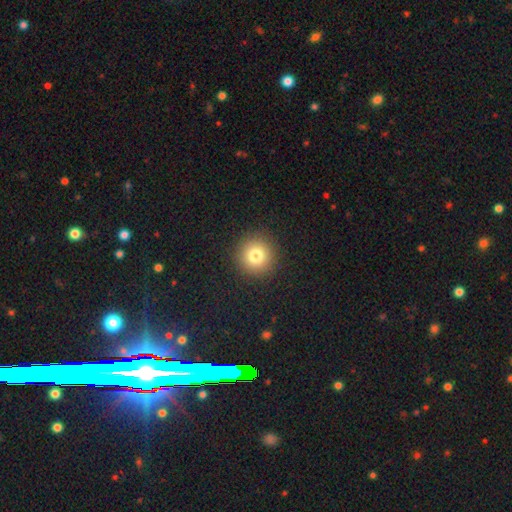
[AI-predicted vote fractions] smooth 78%, star or artifact 13%, featured or disk 9%. Down the decision tree: how rounded — round (95%); merging — none (92%).